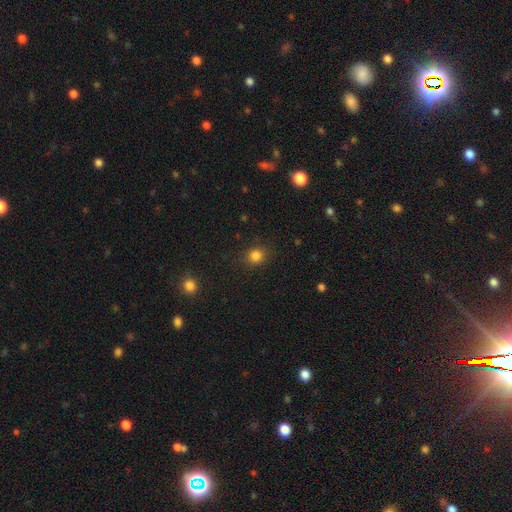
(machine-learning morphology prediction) smooth-or-featured: smooth: 83% | star or artifact: 13% | featured or disk: 4%
  how-rounded: round: 85% | in between: 14% | cigar-shaped: 1%
  merging: none: 87% | minor disturbance: 9% | major disturbance: 3% | merger: 1%